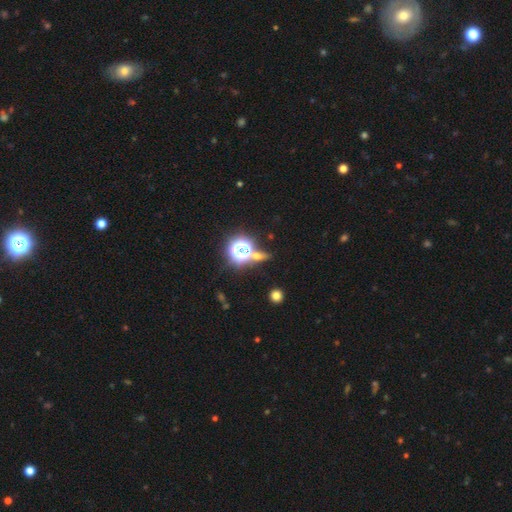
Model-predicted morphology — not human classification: smooth_or_featured: star or artifact (p=0.49) [alt: smooth p=0.37]